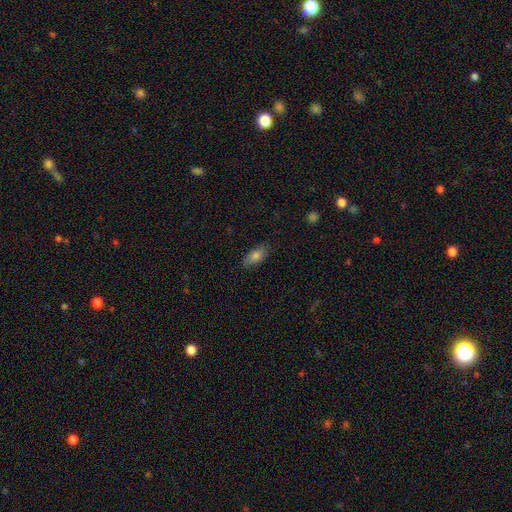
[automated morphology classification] Smooth or featured? Predicted: smooth (p=0.81). How rounded? Predicted: in between (p=0.83). Merging? Predicted: none (p=0.82).